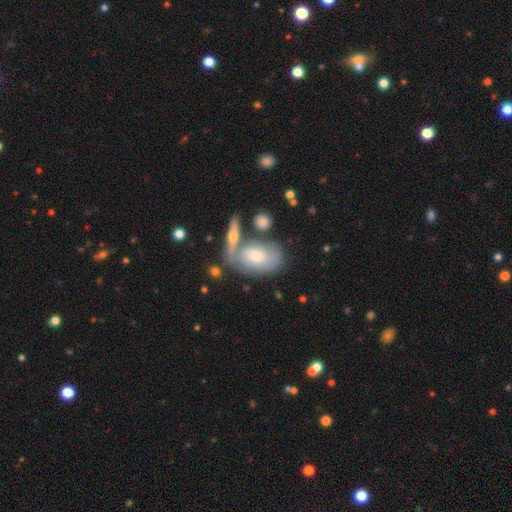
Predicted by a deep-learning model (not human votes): smooth_or_featured: smooth (p=0.47) [alt: featured or disk p=0.46]
merging: none (p=0.45) [alt: merger p=0.29]